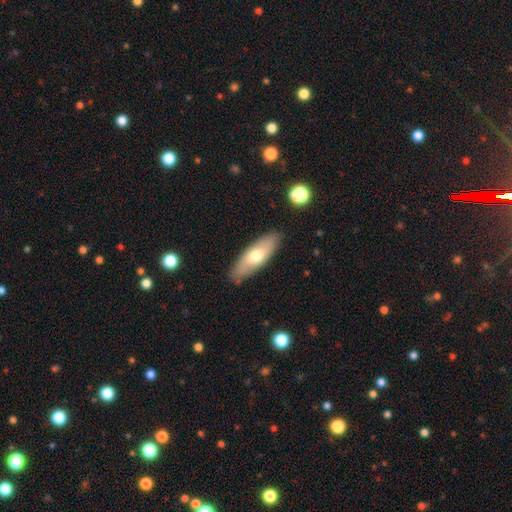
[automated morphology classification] Smooth or featured?
  - smooth: 63% *
  - featured or disk: 32%
  - star or artifact: 6%
How rounded?
  - in between: 61% *
  - cigar-shaped: 37%
  - round: 2%
Merging?
  - none: 86% *
  - minor disturbance: 11%
  - major disturbance: 2%
  - merger: 2%